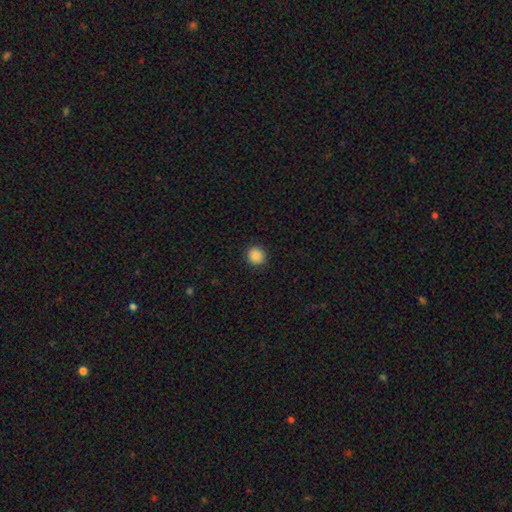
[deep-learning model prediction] The model was most divided on "smooth or featured": smooth: 88%, star or artifact: 10%, featured or disk: 2%. More confident: merging — none (92%); how rounded — round (91%).